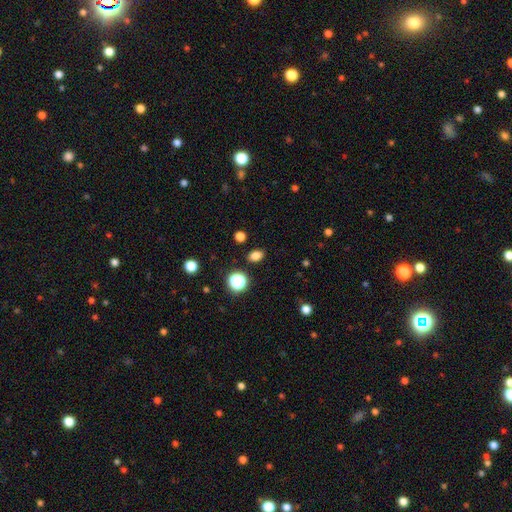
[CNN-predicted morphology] Q: Smooth or featured?
A: smooth (80%); runner-up: star or artifact (15%)
Q: How rounded?
A: in between (71%); runner-up: round (27%)
Q: Merging?
A: none (88%); runner-up: minor disturbance (8%)